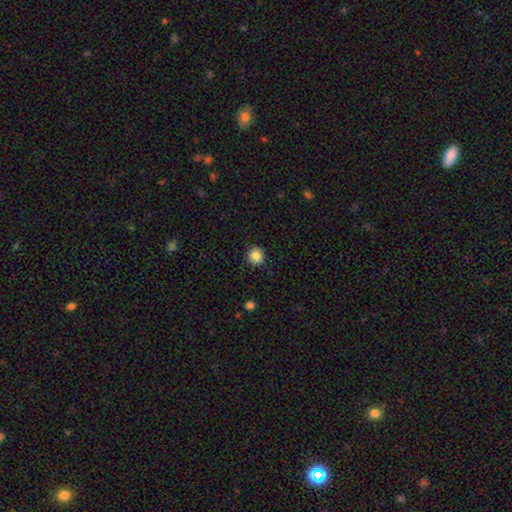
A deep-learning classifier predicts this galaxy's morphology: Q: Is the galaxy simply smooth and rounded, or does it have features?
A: smooth — 86%.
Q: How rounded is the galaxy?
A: round — 91%.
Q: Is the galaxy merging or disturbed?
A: none — 89%.